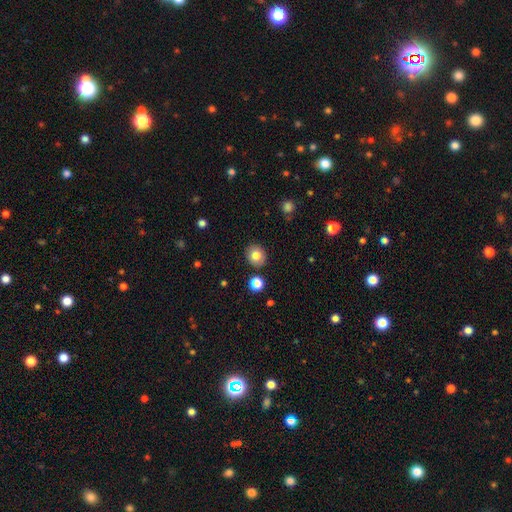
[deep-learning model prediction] A smooth galaxy with no disk features (80%) that is round (76%).

Vote fractions:
- Smooth or featured? smooth: 80% / featured or disk: 10% / star or artifact: 10%
- How rounded? round: 76% / in between: 23% / cigar-shaped: 1%
- Merging? none: 88% / minor disturbance: 8% / merger: 3% / major disturbance: 2%